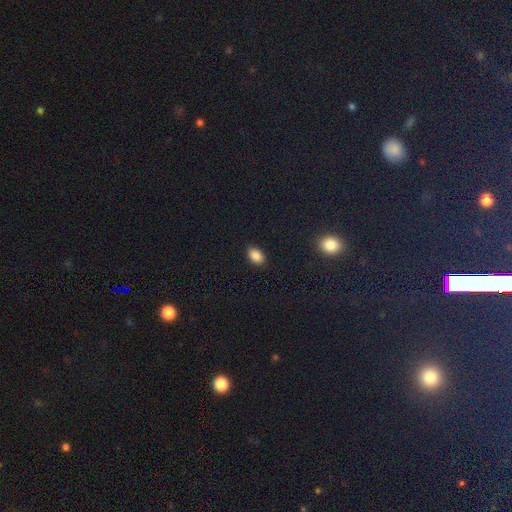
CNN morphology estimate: This appears to be a smooth galaxy with no disk features (87%) that is in between round and cigar-shaped (87%). Merging: none (88%).